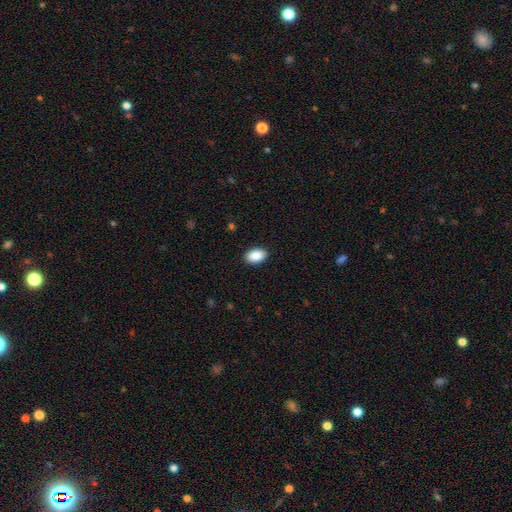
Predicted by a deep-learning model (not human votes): This appears to be a smooth galaxy with no disk features (89%) that is in between round and cigar-shaped (91%). Merging: none (90%).